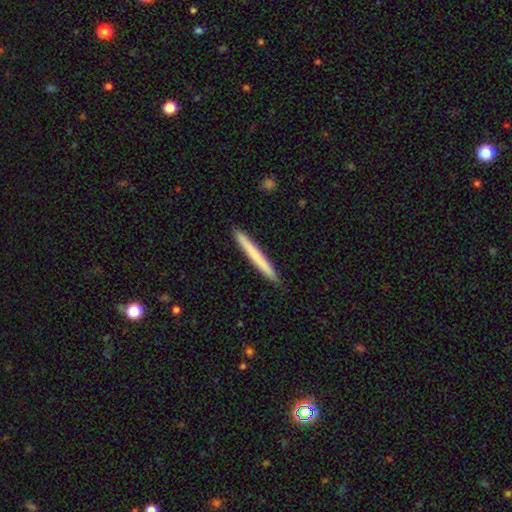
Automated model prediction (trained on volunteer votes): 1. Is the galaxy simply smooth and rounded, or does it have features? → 67% smooth, 27% featured or disk, 5% star or artifact.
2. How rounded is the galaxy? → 97% cigar-shaped, 2% in between, 1% round.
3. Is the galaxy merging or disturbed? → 92% none, 6% minor disturbance, 1% major disturbance, 1% merger.